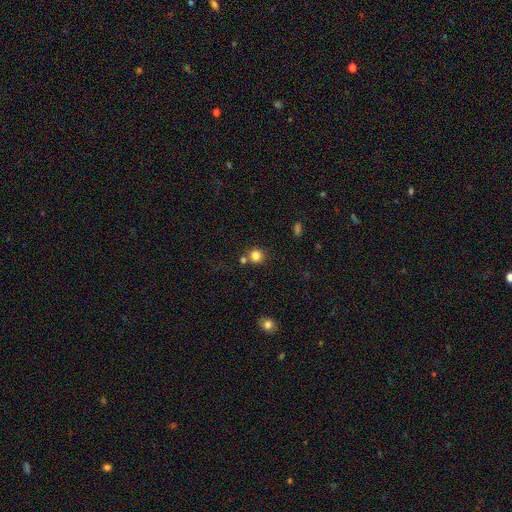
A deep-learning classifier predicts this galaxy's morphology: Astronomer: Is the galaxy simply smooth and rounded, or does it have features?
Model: smooth — 83%.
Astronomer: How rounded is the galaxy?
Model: round — 89%.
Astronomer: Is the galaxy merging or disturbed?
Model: none — 70%.